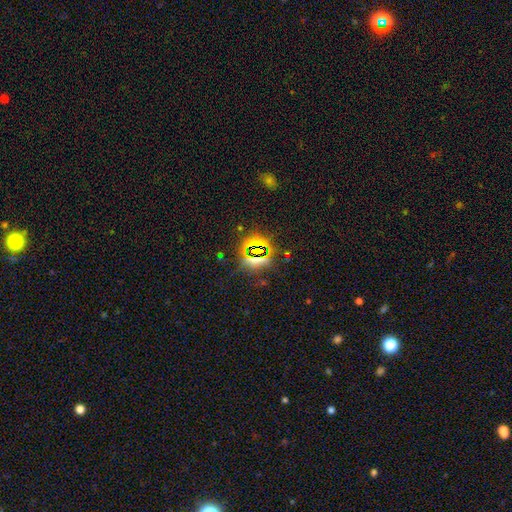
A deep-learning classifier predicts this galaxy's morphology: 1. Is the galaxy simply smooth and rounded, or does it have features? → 72% star or artifact, 18% smooth, 9% featured or disk.